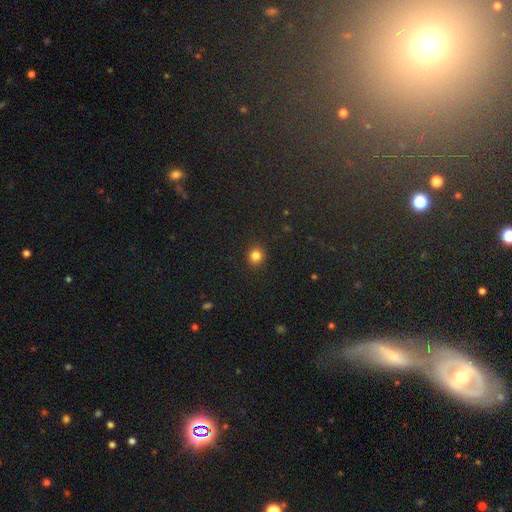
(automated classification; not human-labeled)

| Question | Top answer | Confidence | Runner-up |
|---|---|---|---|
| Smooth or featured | smooth | 83% | star or artifact (13%) |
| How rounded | round | 87% | in between (12%) |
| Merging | none | 91% | minor disturbance (6%) |